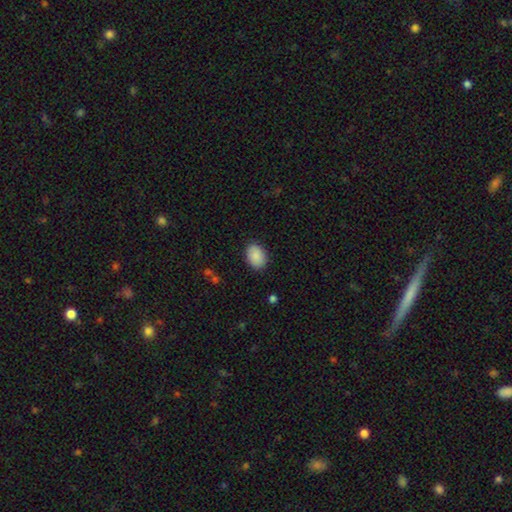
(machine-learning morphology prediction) Smooth or featured: smooth — 89% (star or artifact — 7%)
How rounded: in between — 77% (round — 22%)
Merging: none — 88% (minor disturbance — 9%)